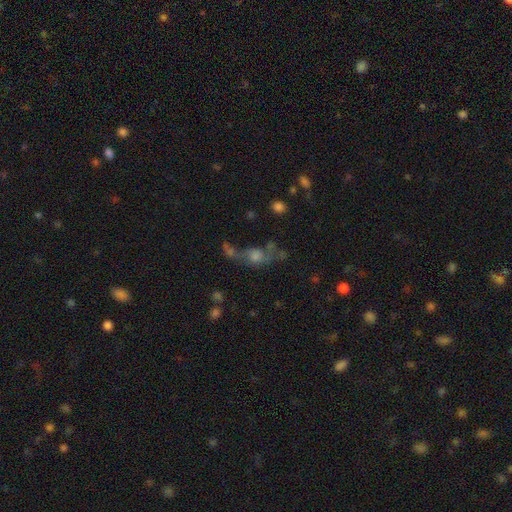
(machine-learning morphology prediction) smooth-or-featured: star or artifact: 36% | featured or disk: 32% | smooth: 32%